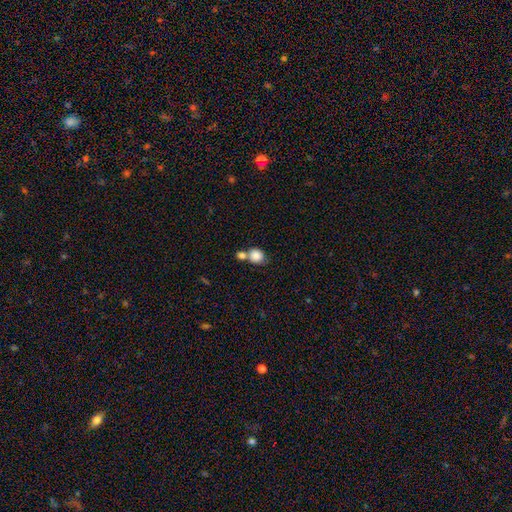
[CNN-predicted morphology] The model was most divided on "merging": none: 44%, merger: 42%, minor disturbance: 10%, major disturbance: 4%. More confident: smooth or featured — smooth (85%); how rounded — round (72%).